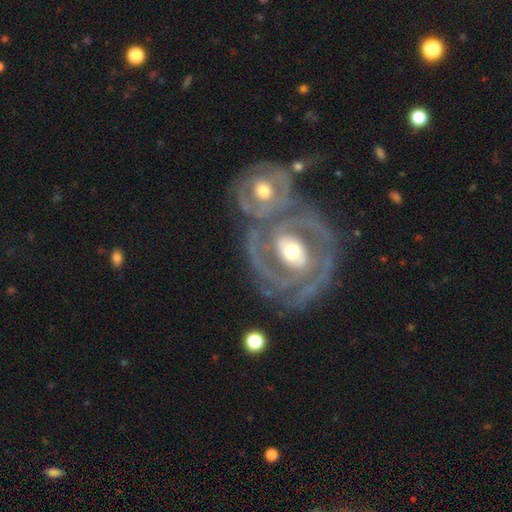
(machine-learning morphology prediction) A featured or disk galaxy (88%) with no bar (37%), 2 (48%) tight (66%) spiral arms (93%) and a moderate central bulge (72%).

Vote fractions:
- Smooth or featured? featured or disk: 88% / smooth: 8% / star or artifact: 5%
- Edge-on disk? no: 96% / yes: 4%
- Bar? no: 37% / weak: 34% / strong: 29%
- Spiral arms? yes: 93% / no: 7%
- Spiral winding? tight: 66% / medium: 28% / loose: 6%
- Spiral arm count? 2: 48% / 3: 20% / can't tell: 18% / 1: 6% / 4: 5% / more than 4: 4%
- Bulge size? moderate: 72% / small: 16% / large: 9% / none: 1% / dominant: 1%
- Merging? merger: 50% / none: 31% / minor disturbance: 11% / major disturbance: 7%